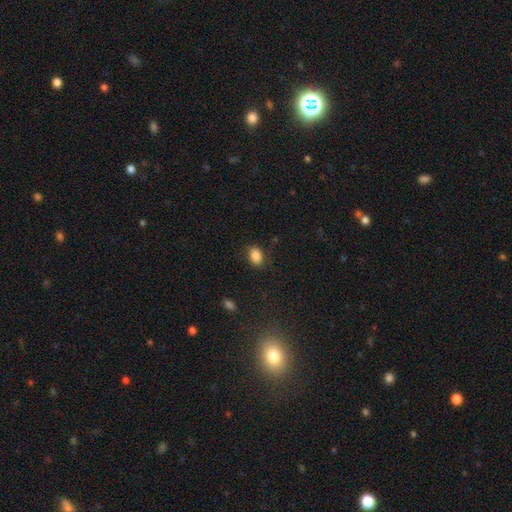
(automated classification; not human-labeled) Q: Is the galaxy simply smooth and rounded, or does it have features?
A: smooth — 87%.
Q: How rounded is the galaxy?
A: in between — 79%.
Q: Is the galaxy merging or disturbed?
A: none — 78%.